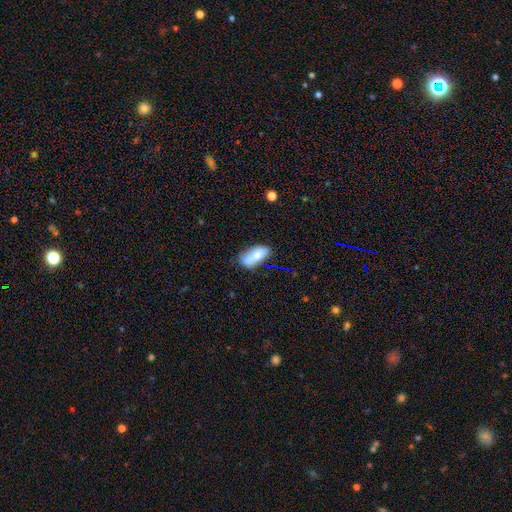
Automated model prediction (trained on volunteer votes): The model was most divided on "merging": none: 56%, minor disturbance: 21%, merger: 18%, major disturbance: 6%. More confident: how rounded — in between (83%); smooth or featured — smooth (69%).